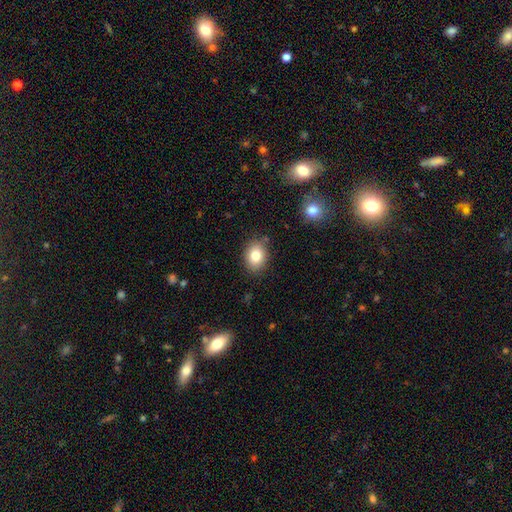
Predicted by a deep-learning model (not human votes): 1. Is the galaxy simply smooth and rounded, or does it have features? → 82% smooth, 9% star or artifact, 9% featured or disk.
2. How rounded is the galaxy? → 61% in between, 39% round, 1% cigar-shaped.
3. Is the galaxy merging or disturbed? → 85% none, 11% minor disturbance, 3% major disturbance, 2% merger.